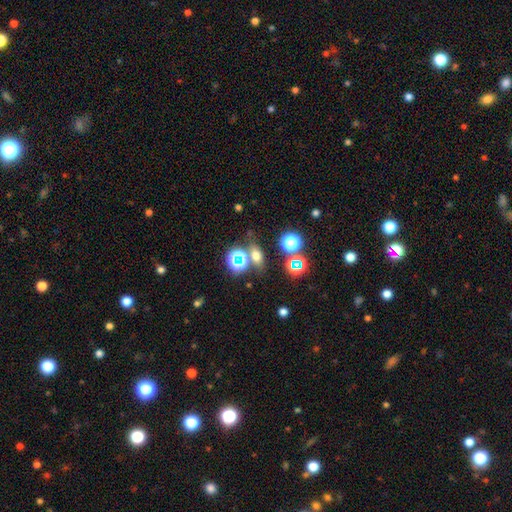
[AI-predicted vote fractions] smooth 54%, star or artifact 31%, featured or disk 15%. Down the decision tree: how rounded — in between (60%); merging — none (72%).